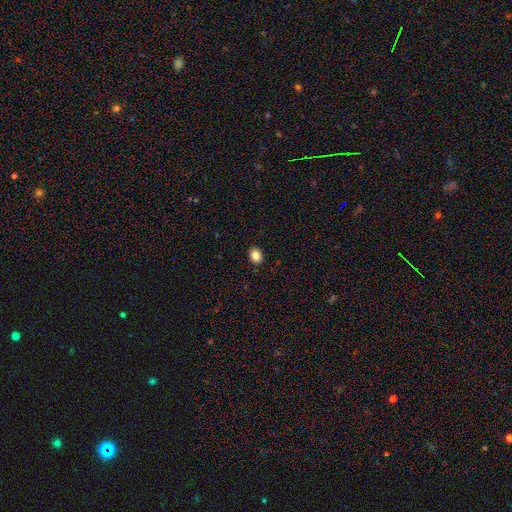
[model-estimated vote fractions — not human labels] Overall: smooth (86%). How rounded: in between (50%; round 49%). Merging: none (91%).